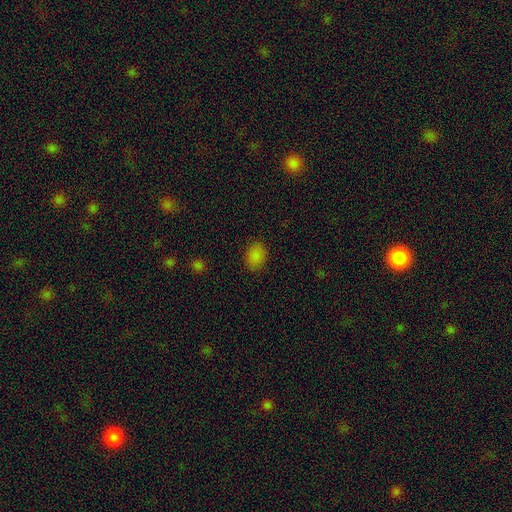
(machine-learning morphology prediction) Smooth or featured? Predicted: smooth (p=0.84). How rounded? Predicted: in between (p=0.67). Merging? Predicted: none (p=0.86).